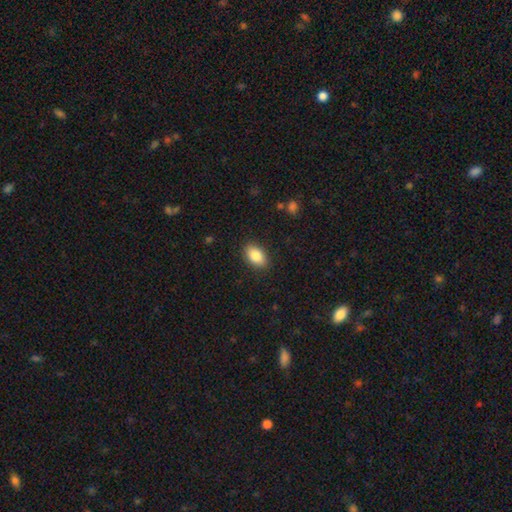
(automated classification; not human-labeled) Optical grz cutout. It shows a smooth galaxy with no disk features (85%) that is in between round and cigar-shaped (91%). Merging: none (88%).